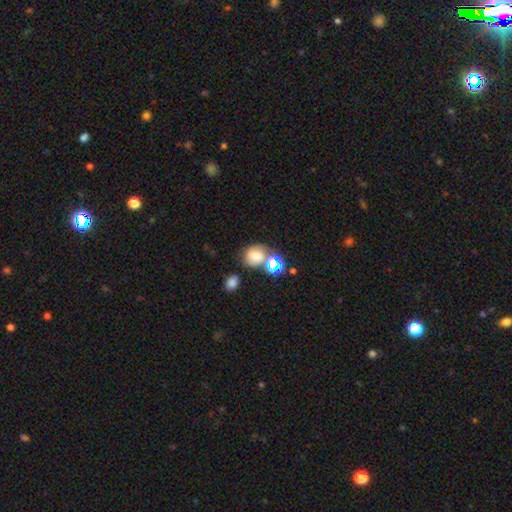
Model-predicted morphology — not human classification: This appears to be a smooth galaxy with no disk features (49%). Merging: none (52%).